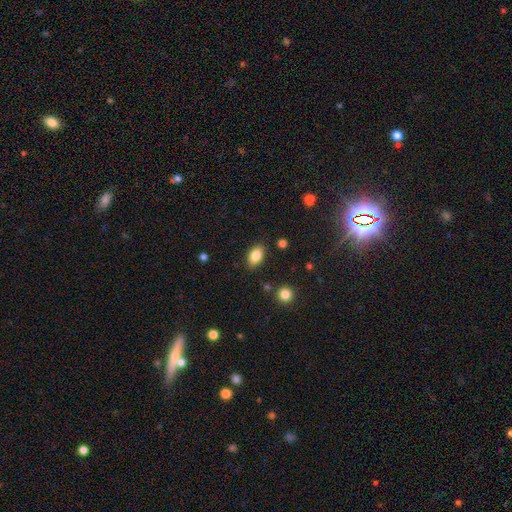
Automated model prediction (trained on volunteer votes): smooth-or-featured: smooth: 84% | star or artifact: 8% | featured or disk: 8%
  how-rounded: in between: 89% | round: 9% | cigar-shaped: 2%
  merging: none: 85% | minor disturbance: 10% | major disturbance: 2% | merger: 2%